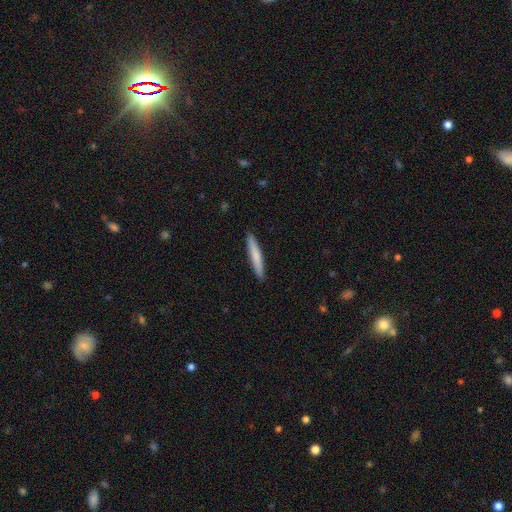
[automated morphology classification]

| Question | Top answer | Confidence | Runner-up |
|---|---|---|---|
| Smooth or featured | smooth | 75% | featured or disk (20%) |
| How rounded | cigar-shaped | 95% | in between (4%) |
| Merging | none | 92% | minor disturbance (6%) |